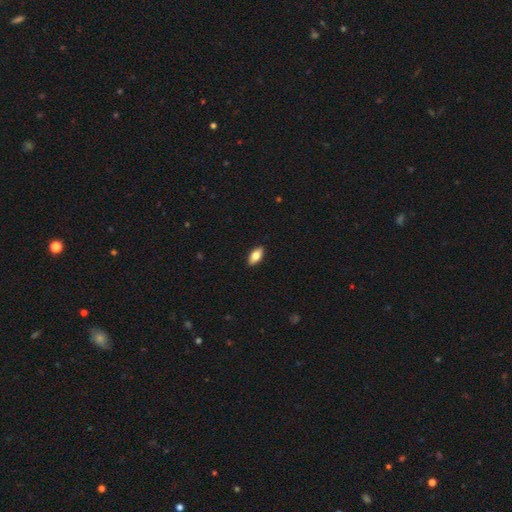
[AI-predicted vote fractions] This appears to be a smooth galaxy with no disk features (75%) that is in between round and cigar-shaped (88%). Merging: none (90%).